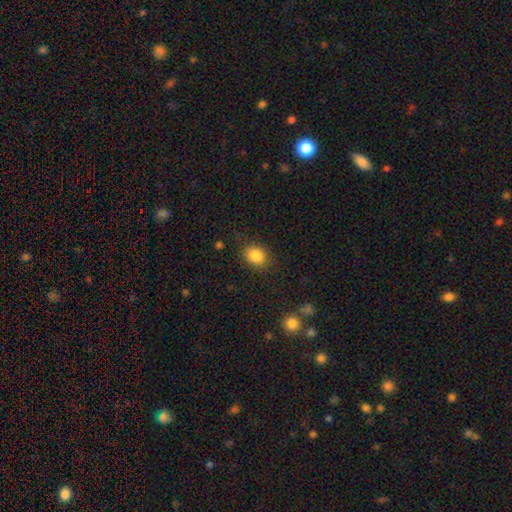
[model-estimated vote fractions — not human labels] A smooth galaxy with no disk features (85%) that is round (53%). Merging: none (81%).